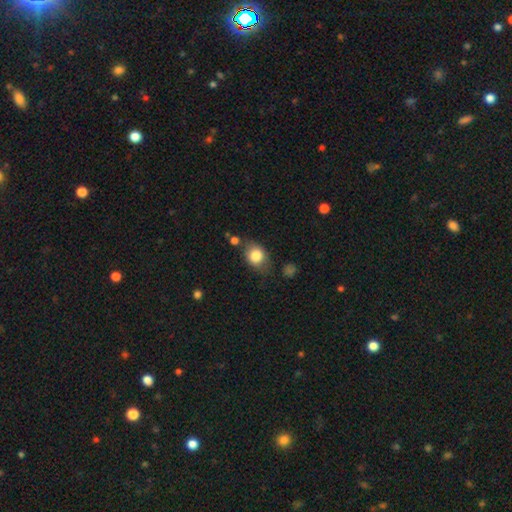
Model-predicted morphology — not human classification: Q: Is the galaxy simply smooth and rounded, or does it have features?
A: smooth — 80%.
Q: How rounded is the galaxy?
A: in between — 55%.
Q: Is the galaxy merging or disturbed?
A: none — 68%.